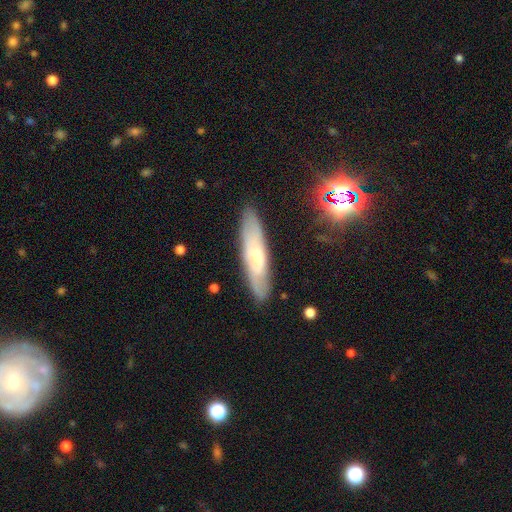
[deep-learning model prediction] Morphology: type=featured or disk (52%); edge-on=no (53%); merging=none (85%).